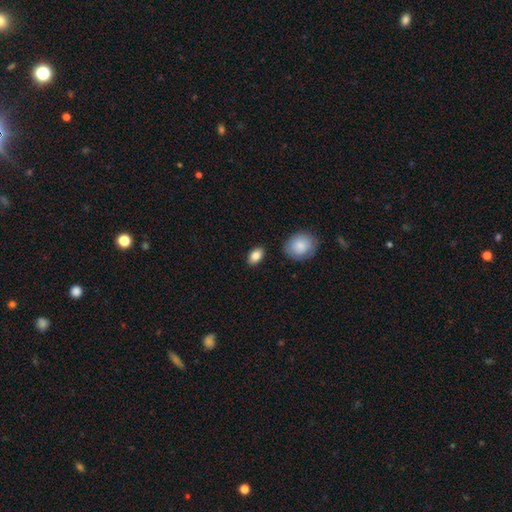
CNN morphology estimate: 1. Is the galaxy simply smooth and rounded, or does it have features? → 86% smooth, 7% star or artifact, 6% featured or disk.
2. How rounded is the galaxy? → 86% in between, 11% round, 2% cigar-shaped.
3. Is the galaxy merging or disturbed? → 85% none, 10% minor disturbance, 3% merger, 2% major disturbance.